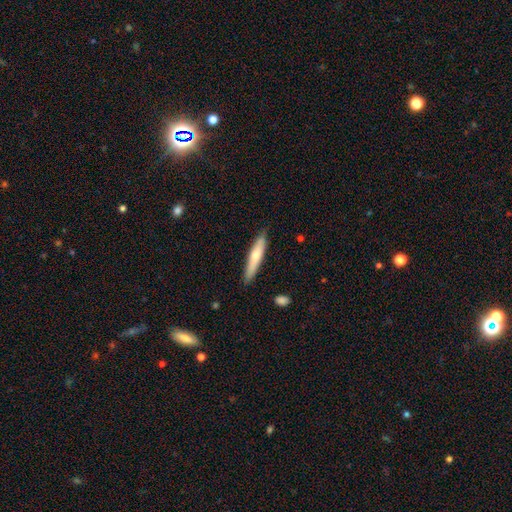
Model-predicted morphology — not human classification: smooth 61%, featured or disk 34%, star or artifact 6%. Down the decision tree: how rounded — cigar-shaped (88%); merging — none (84%).